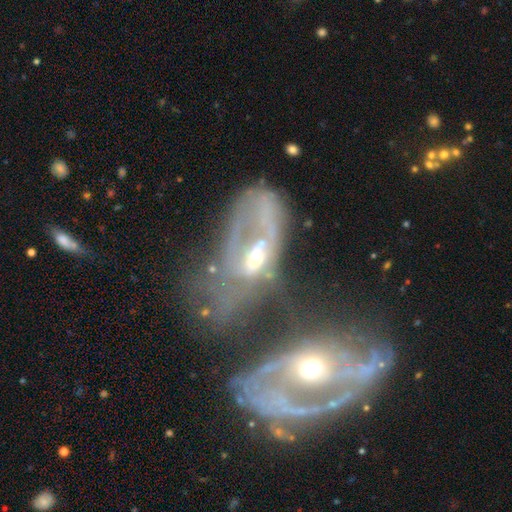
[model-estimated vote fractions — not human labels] A featured or disk galaxy (70%) with no bar (58%), no spiral arms (53%) and a moderate central bulge (58%). Merging: merger (54%).